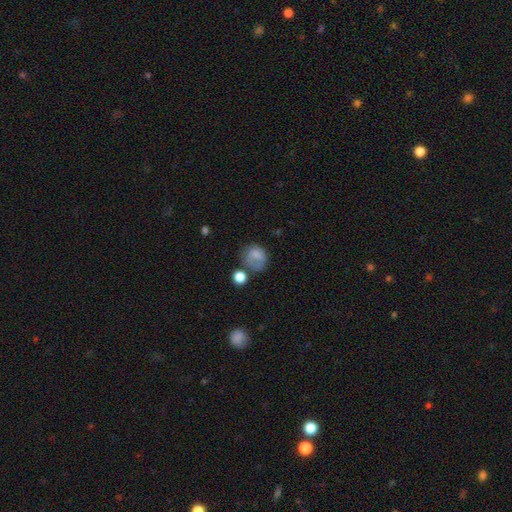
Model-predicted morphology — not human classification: A smooth galaxy with no disk features (68%) that is round (65%). Merging: none (43%).